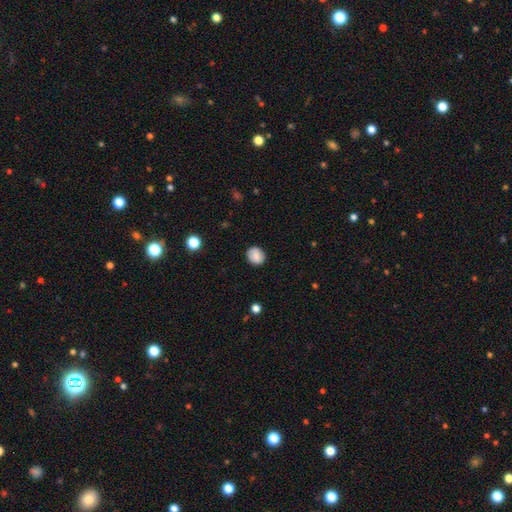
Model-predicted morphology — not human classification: smooth 82%, featured or disk 10%, star or artifact 8%. Down the decision tree: how rounded — round (74%); merging — none (86%).